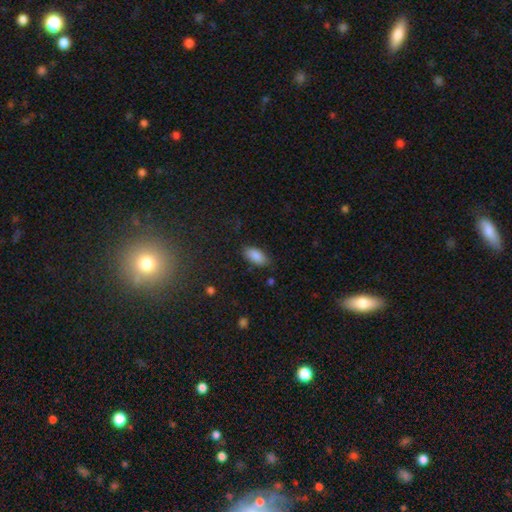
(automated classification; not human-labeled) Smooth or featured: smooth — 87% (star or artifact — 7%)
How rounded: in between — 91% (cigar-shaped — 7%)
Merging: none — 83% (minor disturbance — 12%)